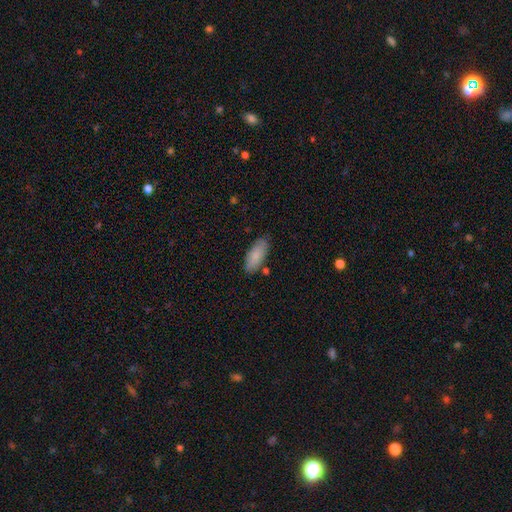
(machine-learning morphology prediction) smooth 84%, featured or disk 10%, star or artifact 6%. Down the decision tree: how rounded — in between (82%); merging — none (82%).